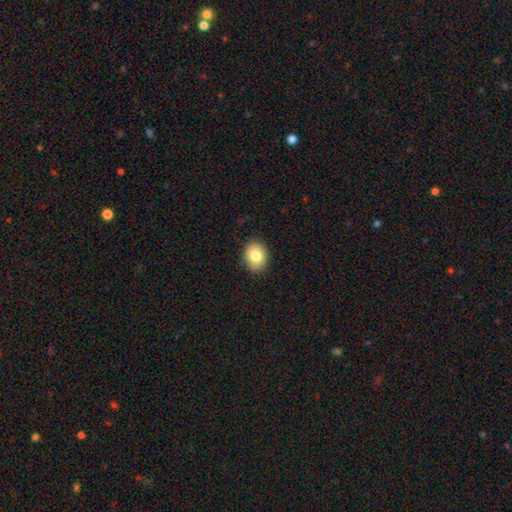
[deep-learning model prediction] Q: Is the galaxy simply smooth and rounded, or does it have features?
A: smooth — 81%.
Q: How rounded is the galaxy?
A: in between — 54%.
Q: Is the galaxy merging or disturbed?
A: none — 86%.